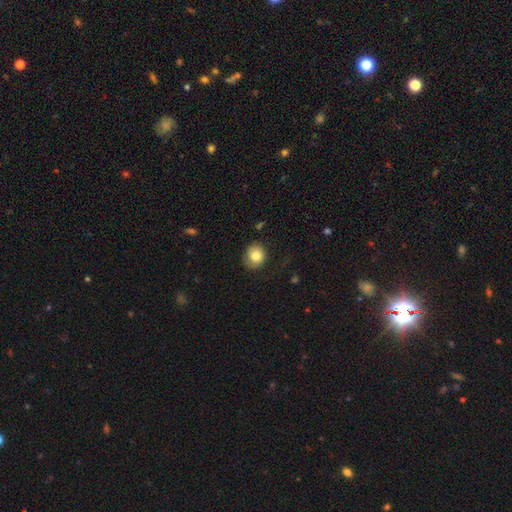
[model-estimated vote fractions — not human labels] This is likely a smooth galaxy (80%). How rounded: likely round (74%). Merging: likely none (75%).